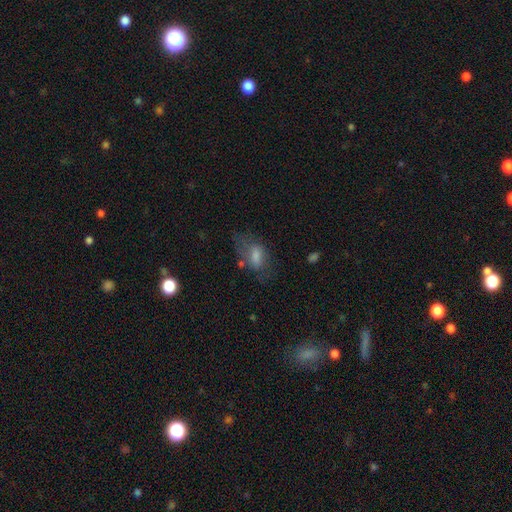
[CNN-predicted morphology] Q: Smooth or featured?
A: smooth (59%); runner-up: featured or disk (29%)
Q: How rounded?
A: in between (85%); runner-up: round (8%)
Q: Merging?
A: none (46%); runner-up: major disturbance (25%)